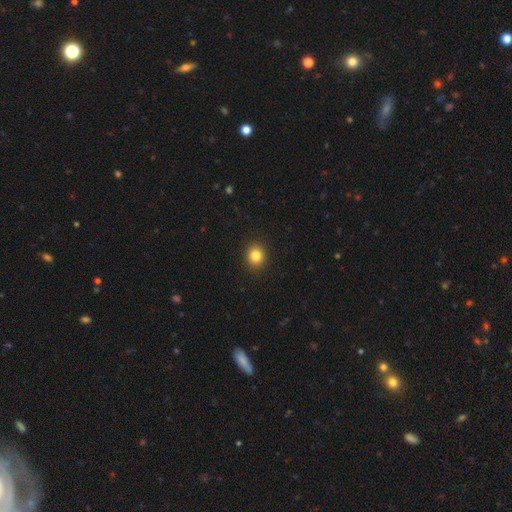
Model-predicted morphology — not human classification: type=smooth (84%); roundness=round (77%); merging=none (91%).